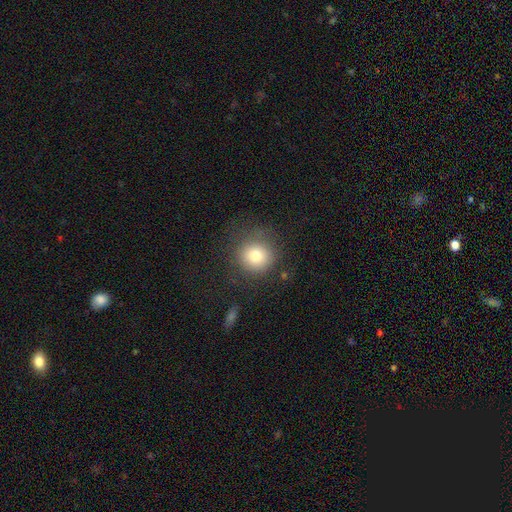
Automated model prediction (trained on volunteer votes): Morphology: type=smooth (78%); roundness=round (91%); merging=none (80%).